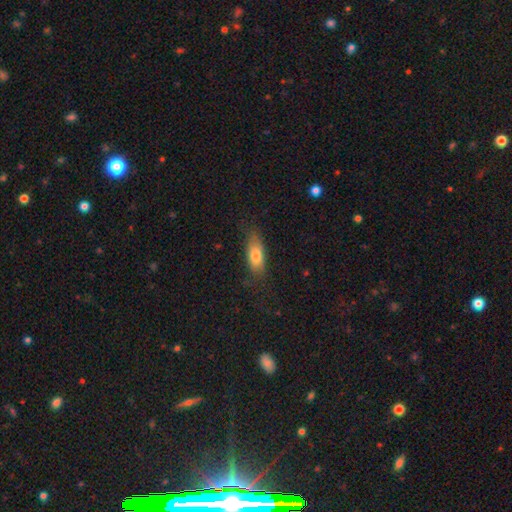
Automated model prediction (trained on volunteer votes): This is likely a smooth galaxy (76%). How rounded: likely in between (77%). Merging: likely none (69%).